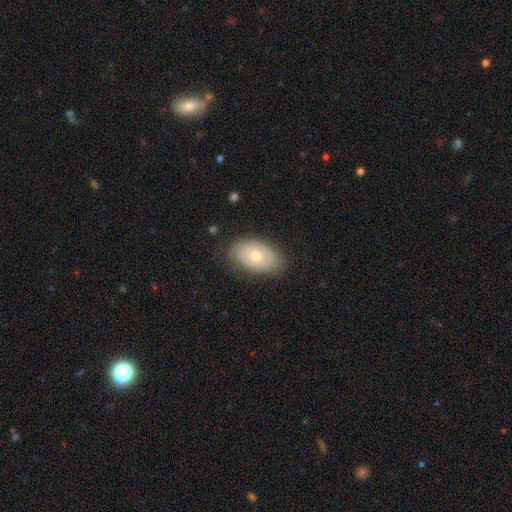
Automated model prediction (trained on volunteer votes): featured or disk 52%, smooth 42%, star or artifact 6%. Down the decision tree: edge-on disk — no (92%); merging — none (76%).